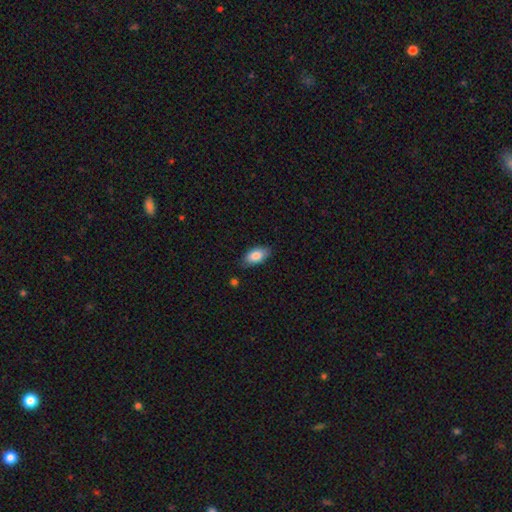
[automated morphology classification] Smooth or featured?
  - smooth: 85% *
  - featured or disk: 8%
  - star or artifact: 7%
How rounded?
  - in between: 92% *
  - cigar-shaped: 5%
  - round: 3%
Merging?
  - none: 82% *
  - minor disturbance: 14%
  - major disturbance: 3%
  - merger: 2%